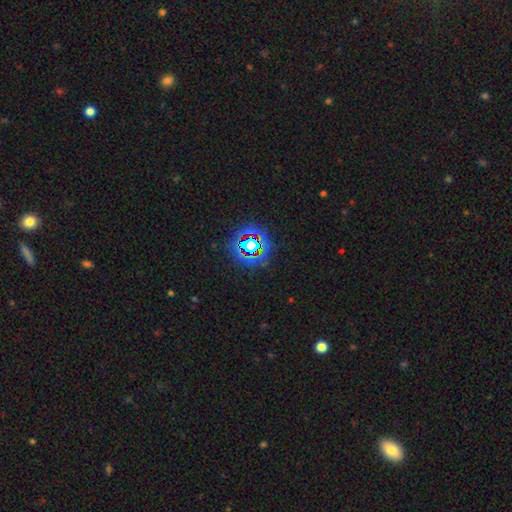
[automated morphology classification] A star or artifact, not a galaxy (69%).